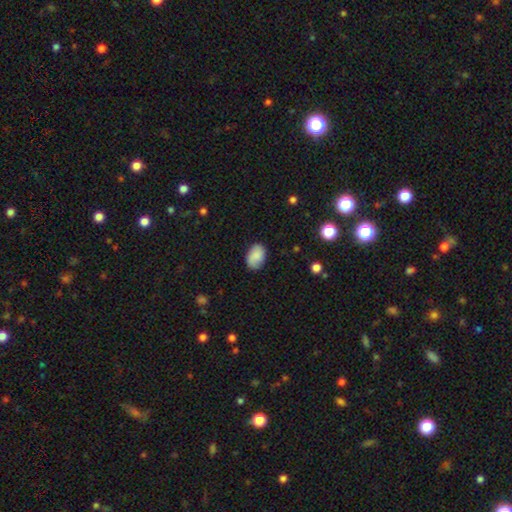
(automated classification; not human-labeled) smooth-or-featured: smooth: 84% | featured or disk: 8% | star or artifact: 7%
  how-rounded: in between: 85% | round: 14% | cigar-shaped: 1%
  merging: none: 80% | minor disturbance: 16% | major disturbance: 3% | merger: 1%